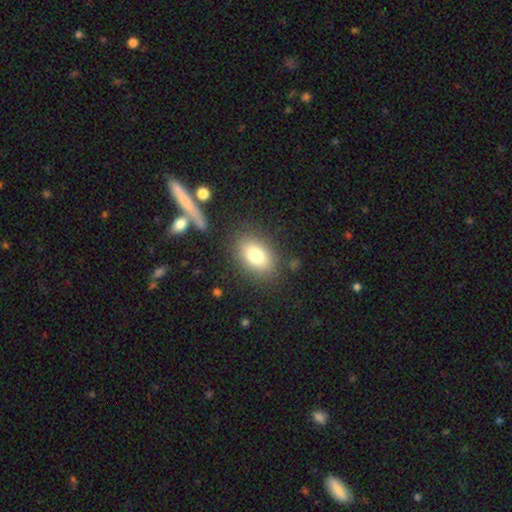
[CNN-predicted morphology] A smooth galaxy with no disk features (78%) that is in between round and cigar-shaped (80%).

Vote fractions:
- Smooth or featured? smooth: 78% / featured or disk: 12% / star or artifact: 10%
- How rounded? in between: 80% / round: 18% / cigar-shaped: 2%
- Merging? none: 83% / minor disturbance: 11% / major disturbance: 4% / merger: 2%